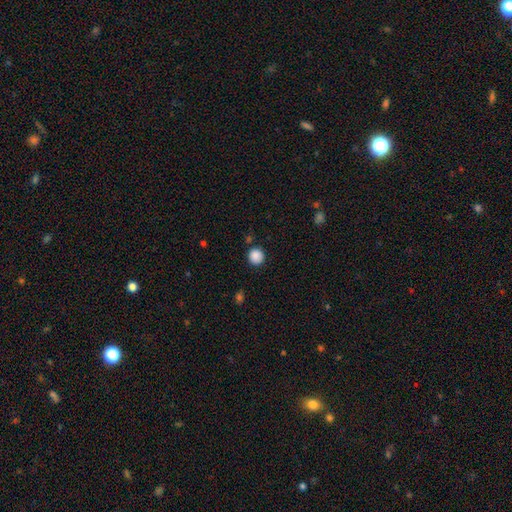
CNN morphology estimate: Smooth or featured?
  - smooth: 87% *
  - star or artifact: 9%
  - featured or disk: 3%
How rounded?
  - round: 92% *
  - in between: 7%
  - cigar-shaped: 1%
Merging?
  - none: 87% *
  - minor disturbance: 8%
  - merger: 3%
  - major disturbance: 2%